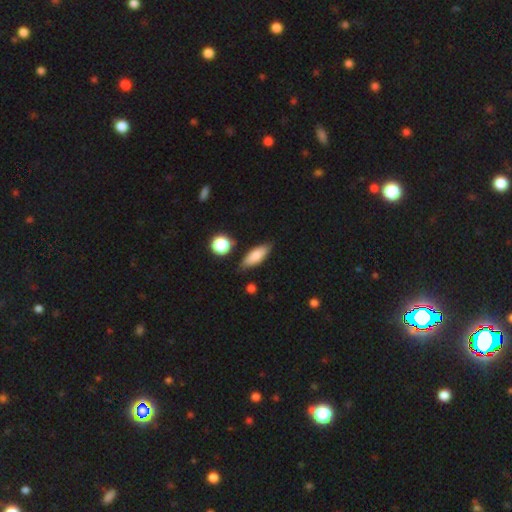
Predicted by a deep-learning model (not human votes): Smooth or featured? Predicted: smooth (p=0.80). How rounded? Predicted: in between (p=0.69). Merging? Predicted: none (p=0.79).